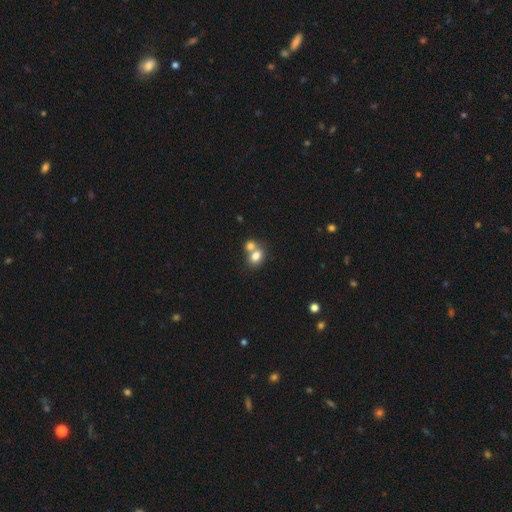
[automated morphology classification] Smooth or featured? smooth (78%)
How rounded? in between (58%)
Merging? merger (56%)